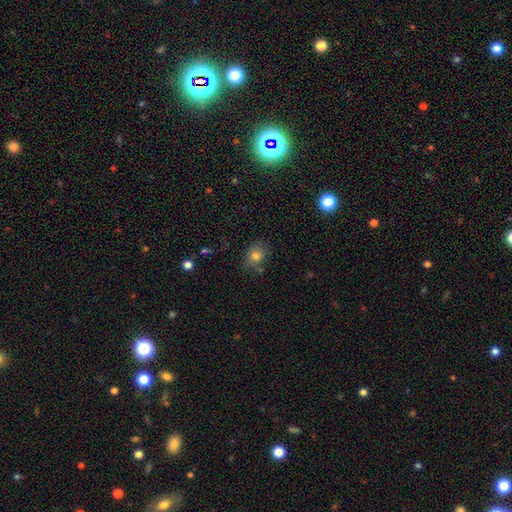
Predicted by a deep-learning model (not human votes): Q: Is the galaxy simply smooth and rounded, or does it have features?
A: smooth — 78%.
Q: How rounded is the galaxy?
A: in between — 51%.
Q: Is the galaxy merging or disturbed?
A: none — 72%.